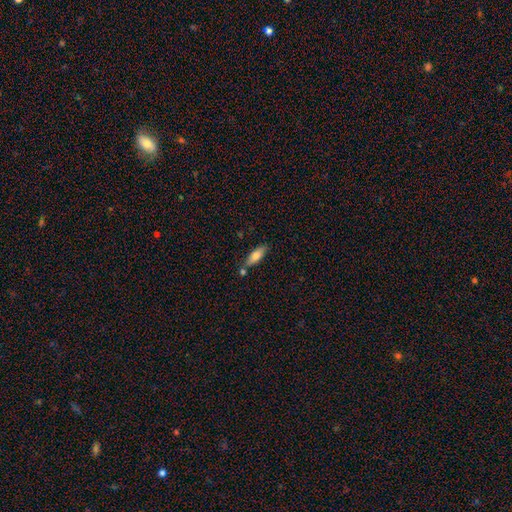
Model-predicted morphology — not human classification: Smooth or featured: smooth — 74% (featured or disk — 19%)
How rounded: in between — 65% (cigar-shaped — 33%)
Merging: none — 70% (minor disturbance — 15%)